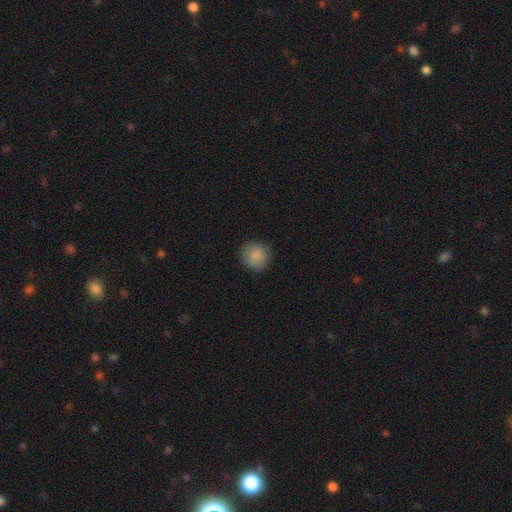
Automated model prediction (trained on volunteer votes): smooth-or-featured: smooth: 87% | star or artifact: 8% | featured or disk: 4%
  how-rounded: round: 88% | in between: 11% | cigar-shaped: 1%
  merging: none: 86% | minor disturbance: 11% | major disturbance: 3% | merger: 1%